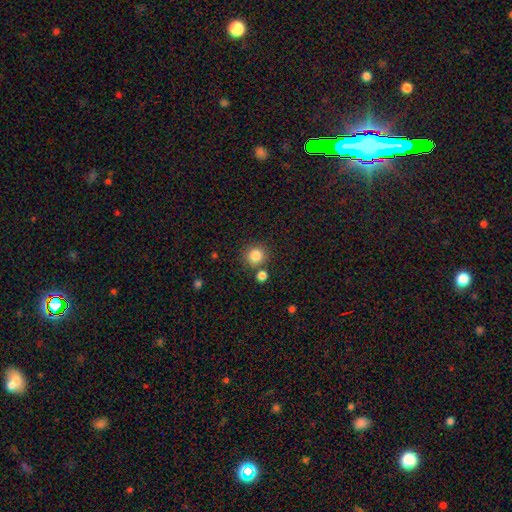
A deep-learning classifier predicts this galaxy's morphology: Overall: smooth (84%). How rounded: round (91%). Merging: none (78%).